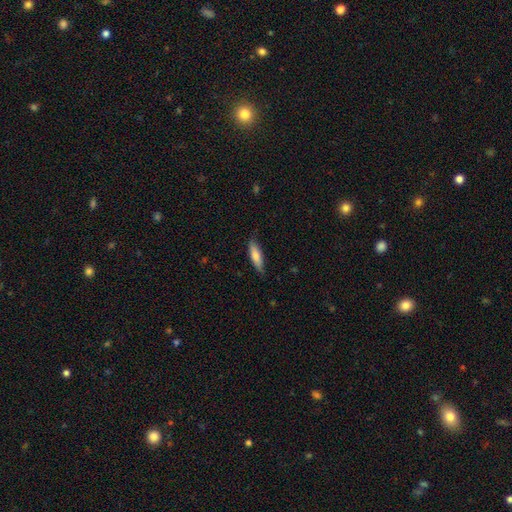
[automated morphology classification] smooth 74%, featured or disk 20%, star or artifact 6%. Down the decision tree: how rounded — cigar-shaped (61%); merging — none (81%).